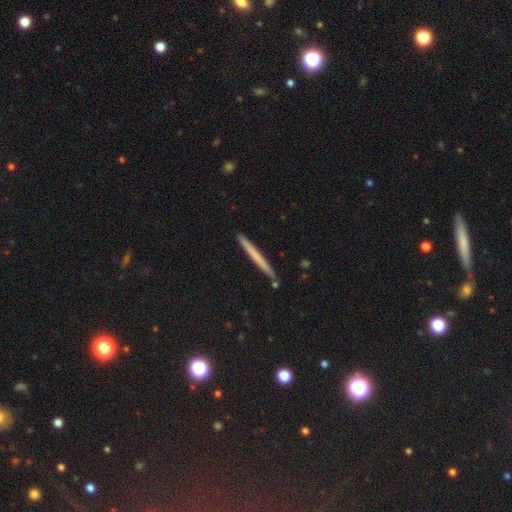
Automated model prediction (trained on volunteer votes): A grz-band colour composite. It shows a smooth galaxy with no disk features (59%) that is cigar-shaped (97%). Merging: none (90%).